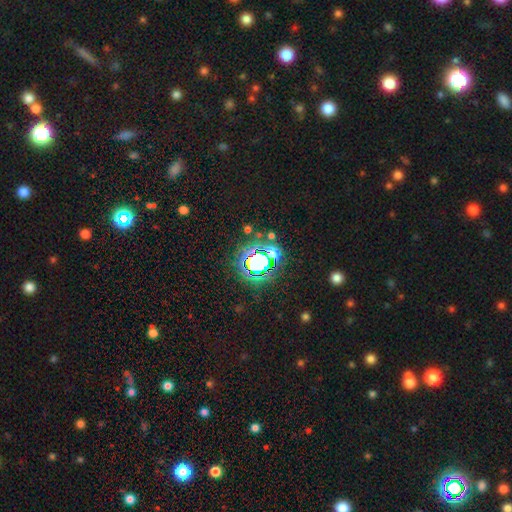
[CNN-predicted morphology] A star or artifact, not a galaxy (64%).

Vote fractions:
- Smooth or featured? star or artifact: 64% / smooth: 25% / featured or disk: 11%